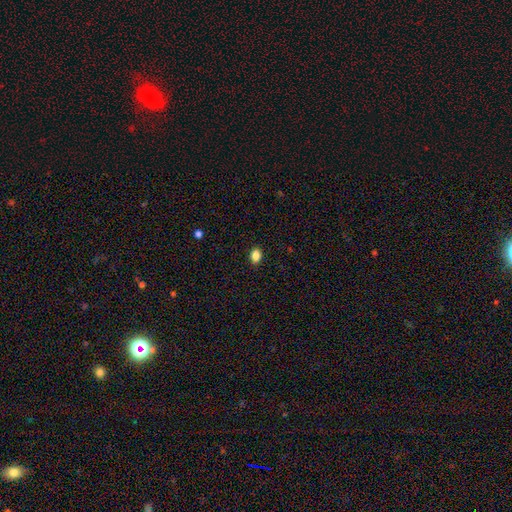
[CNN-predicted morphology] smooth 86%, star or artifact 10%, featured or disk 3%. Down the decision tree: how rounded — in between (76%); merging — none (90%).